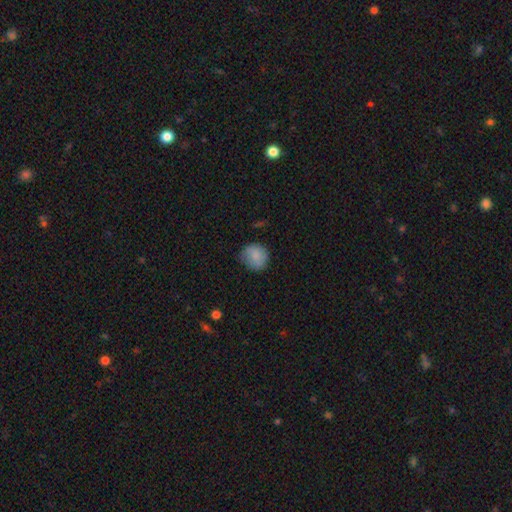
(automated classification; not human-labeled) The model was most divided on "merging": none: 75%, minor disturbance: 19%, major disturbance: 5%, merger: 1%. More confident: how rounded — round (85%); smooth or featured — smooth (83%).